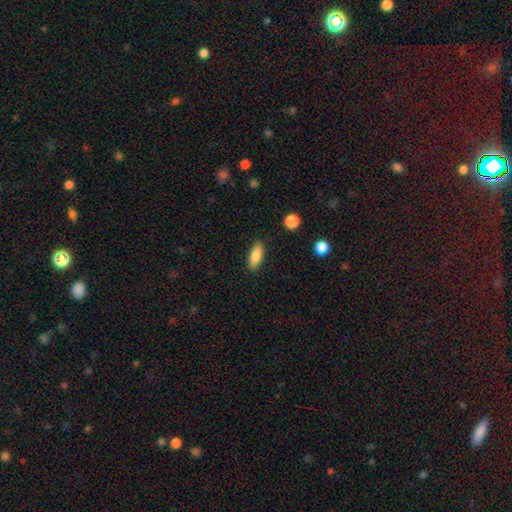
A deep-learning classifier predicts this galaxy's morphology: Smooth or featured? smooth (86%)
How rounded? in between (74%)
Merging? none (88%)